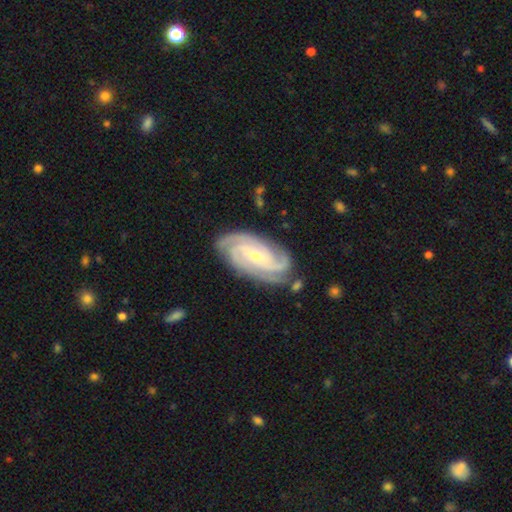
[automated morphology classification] smooth_or_featured: featured or disk (p=0.92) [alt: smooth p=0.04]
disk_edge_on: no (p=0.97) [alt: yes p=0.03]
bar: no (p=0.44) [alt: weak p=0.37]
has_spiral_arms: yes (p=0.99) [alt: no p=0.01]
spiral_winding: tight (p=0.68) [alt: medium p=0.28]
spiral_arm_count: 3 (p=0.42) [alt: 4 p=0.33]
bulge_size: small (p=0.61) [alt: moderate p=0.36]
merging: none (p=0.80) [alt: minor disturbance p=0.15]